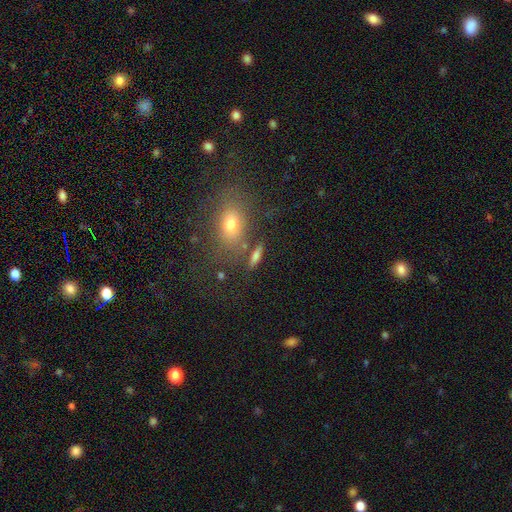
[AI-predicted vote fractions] A smooth galaxy with no disk features (66%) that is cigar-shaped (51%). Merging: none (76%).